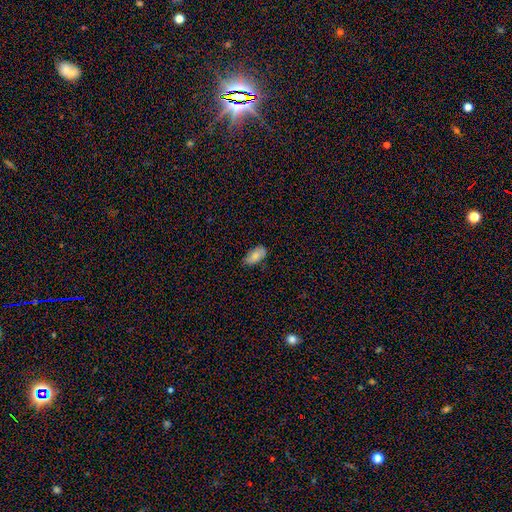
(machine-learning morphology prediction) Overall: smooth (82%). How rounded: in between (94%). Merging: none (74%).